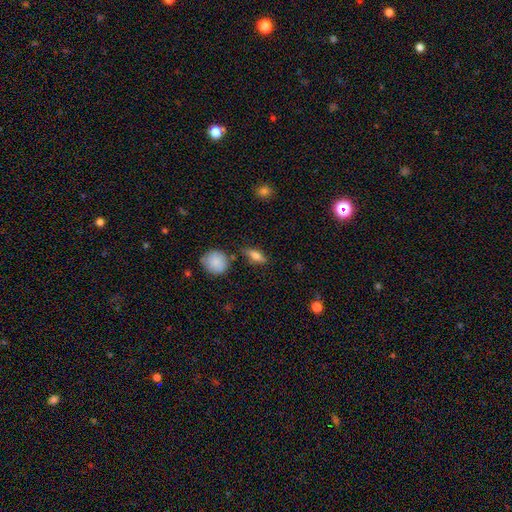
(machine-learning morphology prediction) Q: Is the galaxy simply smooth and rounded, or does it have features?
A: smooth — 66%.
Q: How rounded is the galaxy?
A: in between — 62%.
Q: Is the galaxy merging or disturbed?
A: none — 77%.